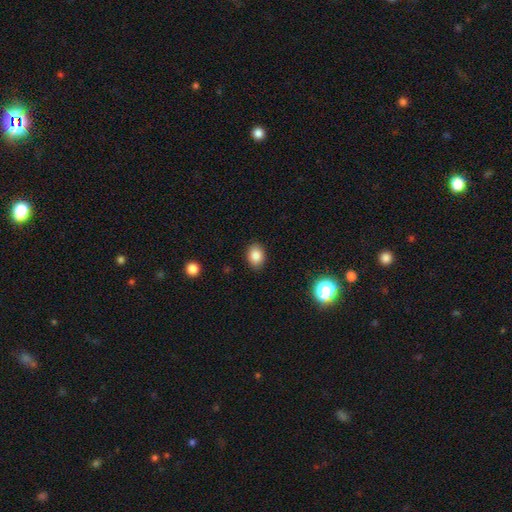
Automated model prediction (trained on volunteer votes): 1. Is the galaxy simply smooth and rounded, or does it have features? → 86% smooth, 10% star or artifact, 4% featured or disk.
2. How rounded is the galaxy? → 61% in between, 38% round, 1% cigar-shaped.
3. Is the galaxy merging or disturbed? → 87% none, 9% minor disturbance, 2% major disturbance, 1% merger.